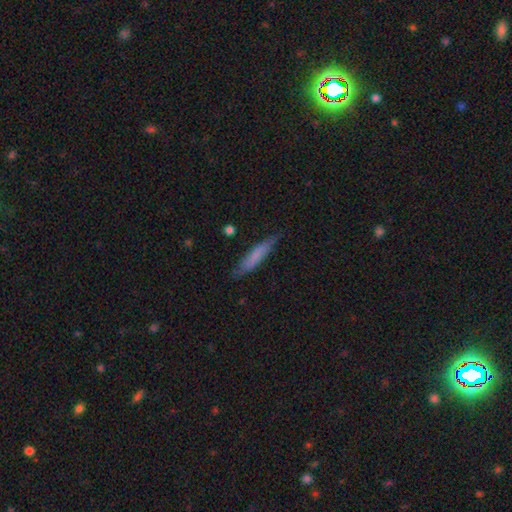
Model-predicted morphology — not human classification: smooth 69%, featured or disk 24%, star or artifact 6%. Down the decision tree: how rounded — cigar-shaped (88%); merging — none (78%).